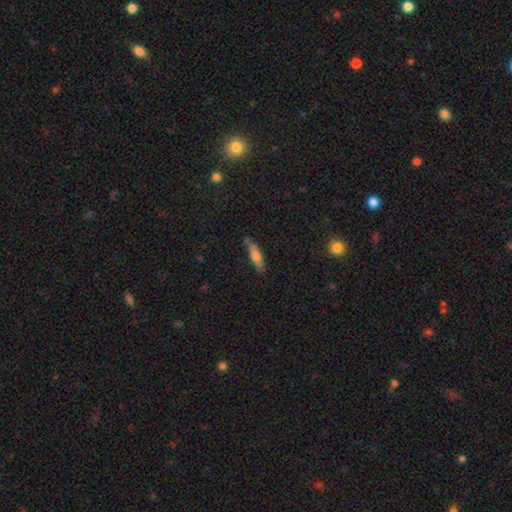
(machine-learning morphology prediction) smooth-or-featured: smooth: 66% | featured or disk: 26% | star or artifact: 8%
  how-rounded: cigar-shaped: 68% | in between: 30% | round: 2%
  merging: none: 68% | minor disturbance: 23% | major disturbance: 6% | merger: 3%